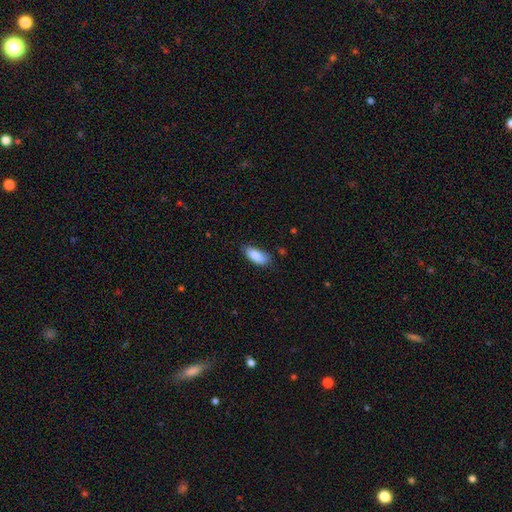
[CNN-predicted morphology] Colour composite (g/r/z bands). It shows a smooth galaxy with no disk features (87%) that is in between round and cigar-shaped (84%). Merging: none (70%).